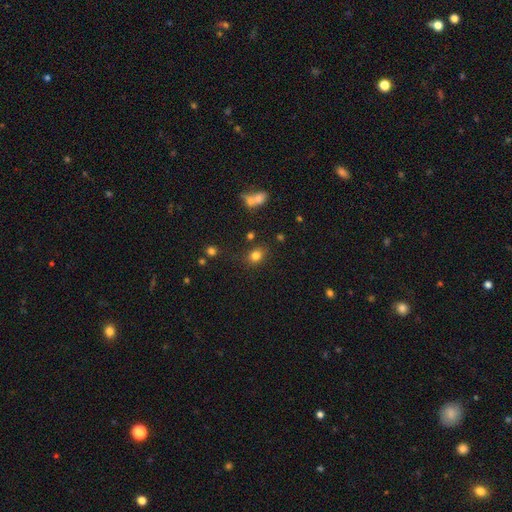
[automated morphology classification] This appears to be a smooth galaxy with no disk features (80%) that is in between round and cigar-shaped (50%). Merging: none (78%).